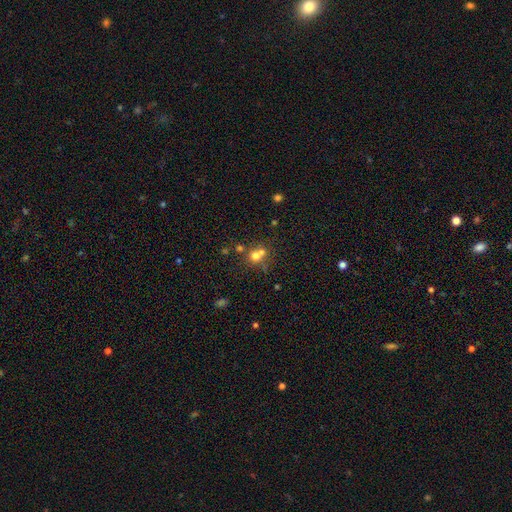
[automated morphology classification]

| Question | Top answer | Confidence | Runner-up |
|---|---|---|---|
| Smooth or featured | smooth | 66% | star or artifact (18%) |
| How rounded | round | 84% | in between (15%) |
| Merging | merger | 47% | none (42%) |